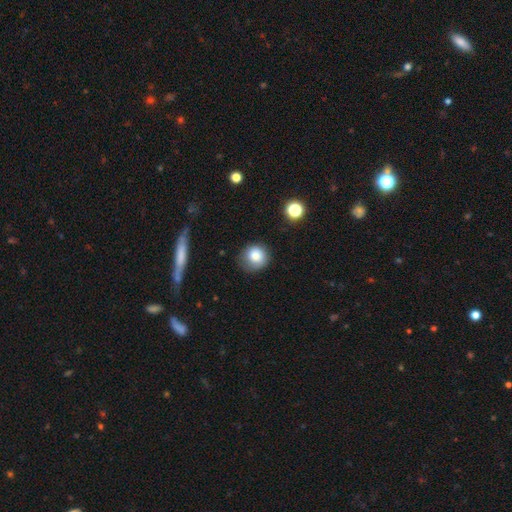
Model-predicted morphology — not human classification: Smooth or featured?
  - smooth: 82% *
  - star or artifact: 10%
  - featured or disk: 8%
How rounded?
  - round: 88% *
  - in between: 11%
  - cigar-shaped: 1%
Merging?
  - none: 74% *
  - minor disturbance: 19%
  - major disturbance: 5%
  - merger: 2%